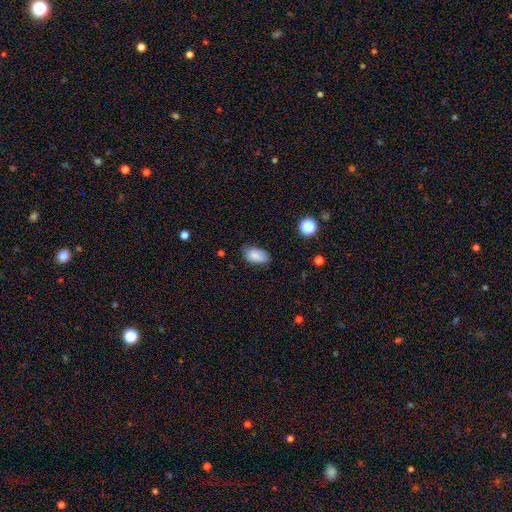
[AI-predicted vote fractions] Overall: smooth (84%). How rounded: in between (93%). Merging: none (73%).